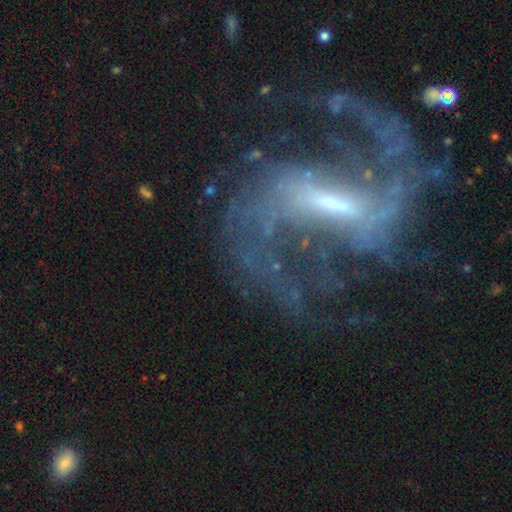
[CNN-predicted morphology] Overall: featured or disk (90%). Edge-on disk: no (97%). Bar: strong (48%; weak 43%). Spiral arms: yes (97%). Spiral arm count: 2 (81%). Spiral winding: loose (53%; medium 38%). Bulge size: small (50%; moderate 34%). Merging: none (61%).